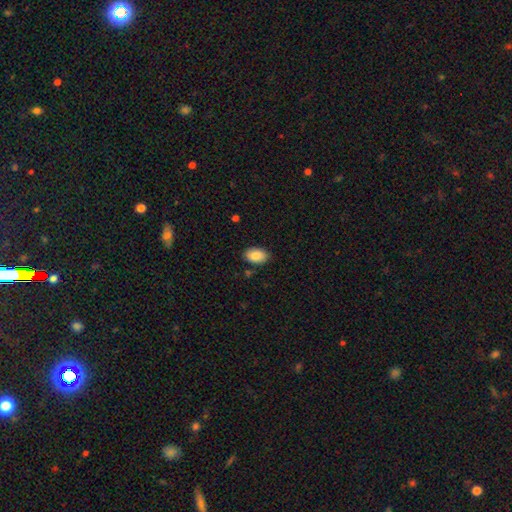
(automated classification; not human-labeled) smooth_or_featured: smooth (p=0.86) [alt: star or artifact p=0.07]
how_rounded: in between (p=0.90) [alt: round p=0.09]
merging: none (p=0.85) [alt: minor disturbance p=0.11]